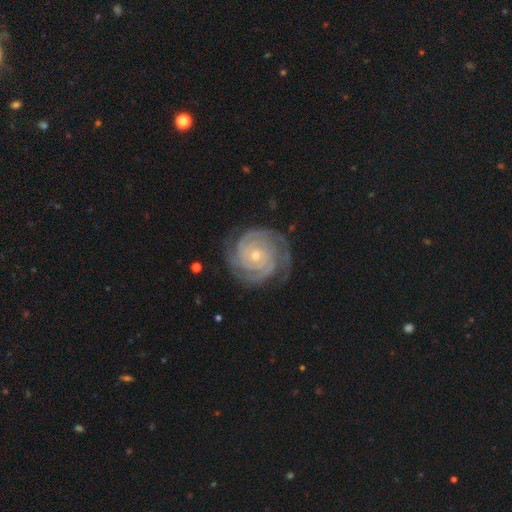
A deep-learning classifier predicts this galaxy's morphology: Smooth or featured: featured or disk — 92% (star or artifact — 4%)
Edge-on disk: no — 98% (yes — 2%)
Bar: no — 79% (weak — 16%)
Spiral arms: yes — 99% (no — 1%)
Spiral winding: tight — 85% (medium — 13%)
Spiral arm count: 3 — 29% (2 — 22%)
Bulge size: small — 68% (moderate — 29%)
Merging: none — 79% (minor disturbance — 14%)